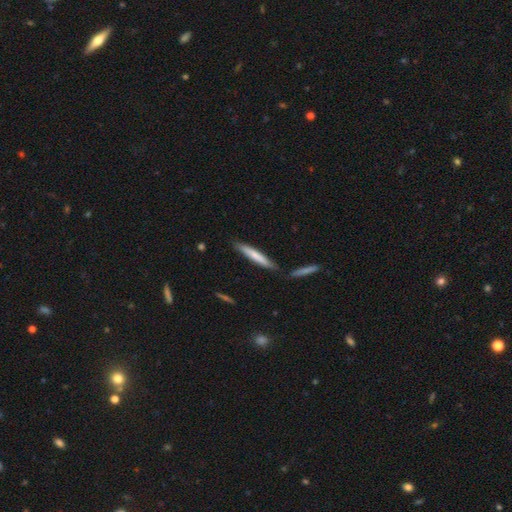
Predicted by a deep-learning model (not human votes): smooth_or_featured: smooth (p=0.69) [alt: featured or disk p=0.26]
how_rounded: cigar-shaped (p=0.93) [alt: in between p=0.06]
merging: none (p=0.80) [alt: minor disturbance p=0.12]